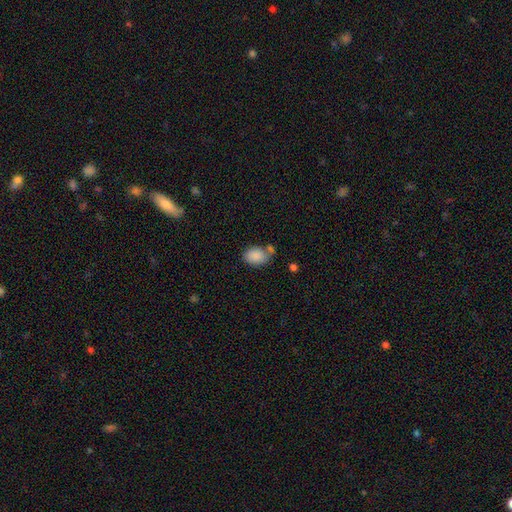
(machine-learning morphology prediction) smooth-or-featured: smooth: 86% | star or artifact: 8% | featured or disk: 6%
  how-rounded: in between: 75% | round: 24% | cigar-shaped: 1%
  merging: none: 53% | minor disturbance: 21% | merger: 19% | major disturbance: 7%